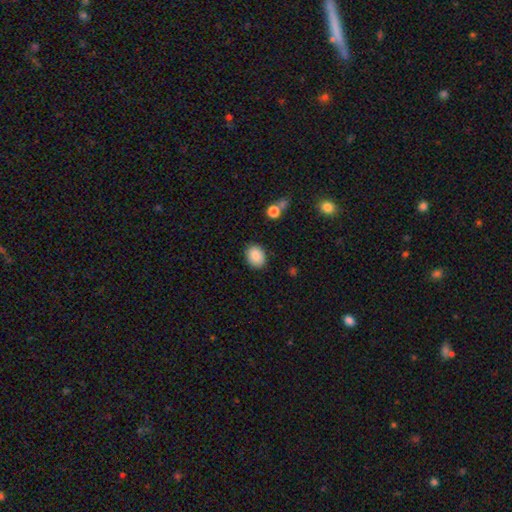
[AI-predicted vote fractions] smooth 86%, star or artifact 8%, featured or disk 6%. Down the decision tree: how rounded — in between (61%); merging — none (86%).